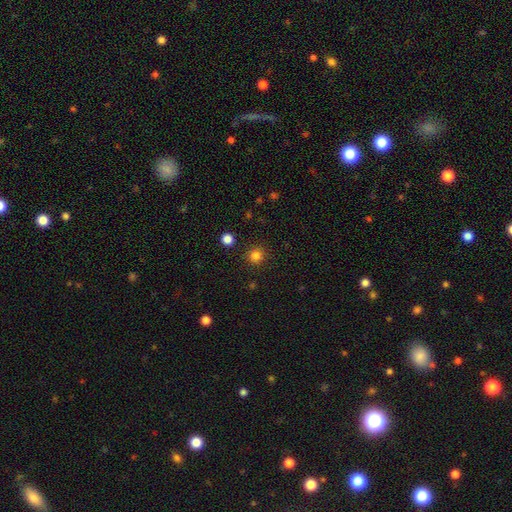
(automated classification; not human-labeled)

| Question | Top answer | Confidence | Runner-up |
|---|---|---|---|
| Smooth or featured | smooth | 82% | star or artifact (14%) |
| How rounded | round | 93% | in between (6%) |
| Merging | none | 90% | minor disturbance (6%) |